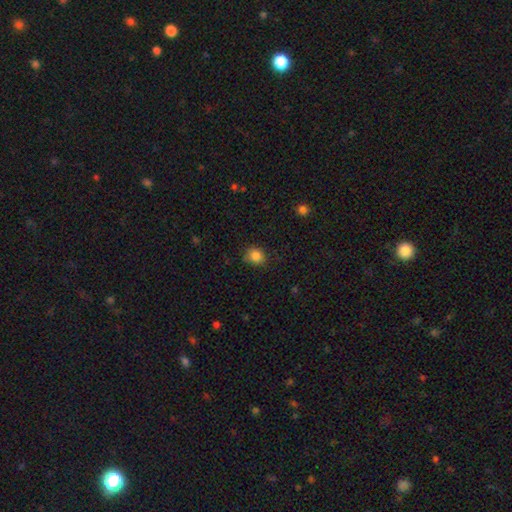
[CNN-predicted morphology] The model was most divided on "how rounded": round: 65%, in between: 34%, cigar-shaped: 1%. More confident: smooth or featured — smooth (85%); merging — none (79%).